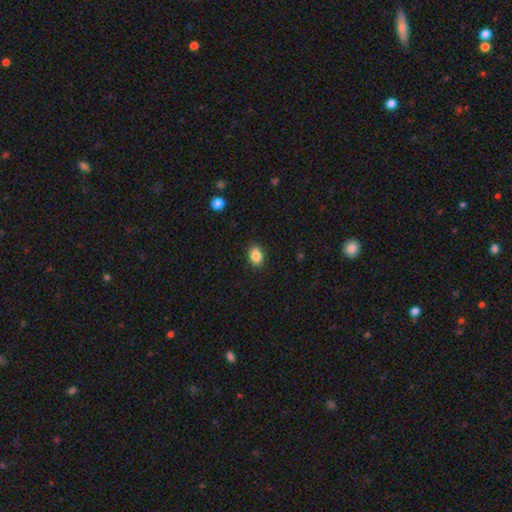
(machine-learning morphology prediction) smooth-or-featured: smooth: 87% | star or artifact: 9% | featured or disk: 5%
  how-rounded: in between: 72% | round: 27% | cigar-shaped: 1%
  merging: none: 89% | minor disturbance: 8% | major disturbance: 2% | merger: 1%